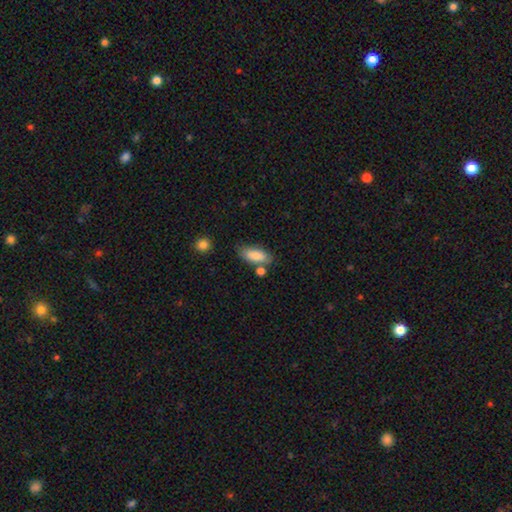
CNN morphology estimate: type=smooth (84%); roundness=in between (82%); merging=none (64%).